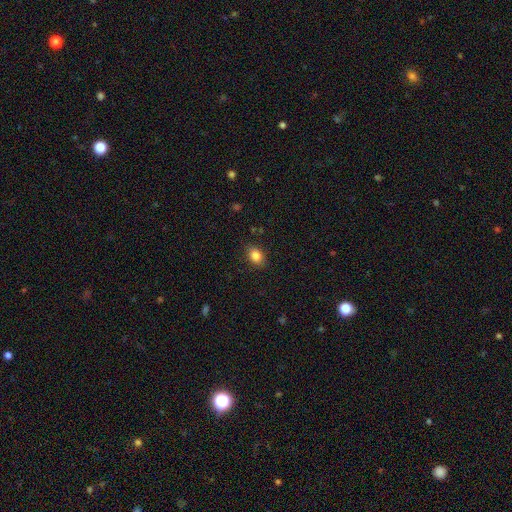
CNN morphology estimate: smooth 84%, star or artifact 9%, featured or disk 6%. Down the decision tree: how rounded — in between (70%); merging — none (87%).